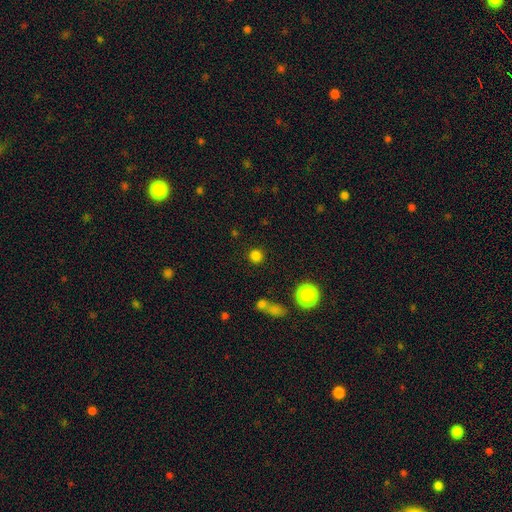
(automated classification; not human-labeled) smooth-or-featured: smooth: 79% | star or artifact: 16% | featured or disk: 4%
  how-rounded: round: 94% | in between: 5% | cigar-shaped: 1%
  merging: none: 88% | minor disturbance: 6% | merger: 3% | major disturbance: 3%